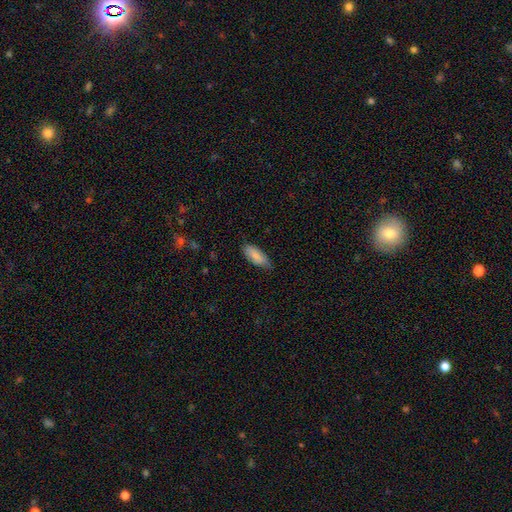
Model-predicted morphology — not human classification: smooth-or-featured: smooth: 84% | featured or disk: 10% | star or artifact: 6%
  how-rounded: in between: 83% | cigar-shaped: 15% | round: 2%
  merging: none: 69% | minor disturbance: 26% | major disturbance: 4% | merger: 1%